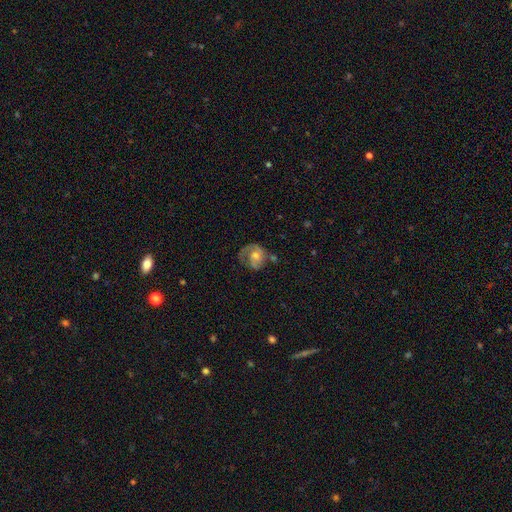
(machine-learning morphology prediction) Smooth or featured: featured or disk — 66% (smooth — 26%)
Edge-on disk: no — 97% (yes — 3%)
Bar: no — 71% (weak — 25%)
Spiral arms: yes — 83% (no — 17%)
Spiral winding: tight — 41% (medium — 40%)
Spiral arm count: 2 — 40% (1 — 38%)
Bulge size: moderate — 57% (small — 34%)
Merging: none — 49% (minor disturbance — 24%)